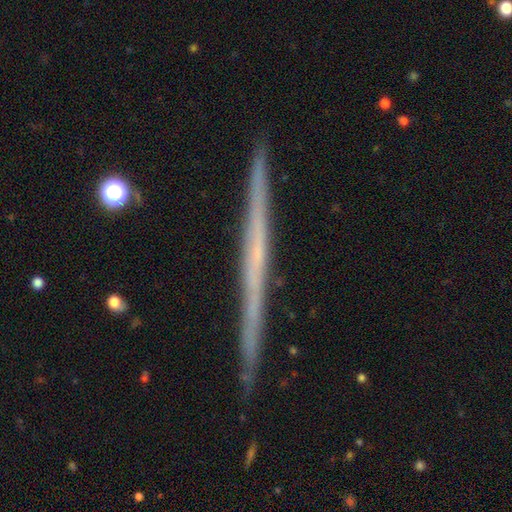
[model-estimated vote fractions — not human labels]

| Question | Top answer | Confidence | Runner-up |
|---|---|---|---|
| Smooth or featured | featured or disk | 70% | smooth (23%) |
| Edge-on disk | yes | 98% | no (2%) |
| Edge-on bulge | none | 88% | rounded (8%) |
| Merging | none | 91% | minor disturbance (6%) |